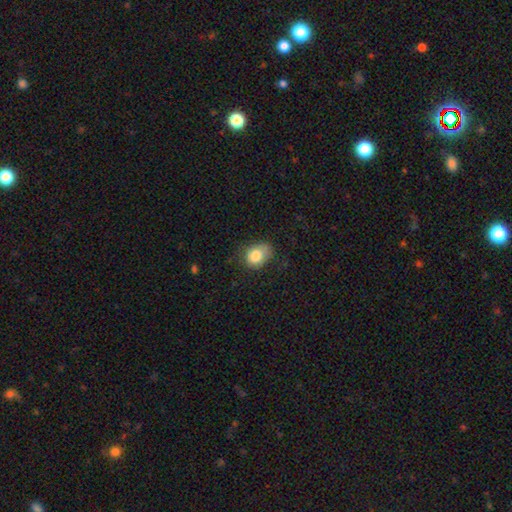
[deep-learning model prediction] Smooth or featured? smooth (82%)
How rounded? in between (61%)
Merging? none (55%)